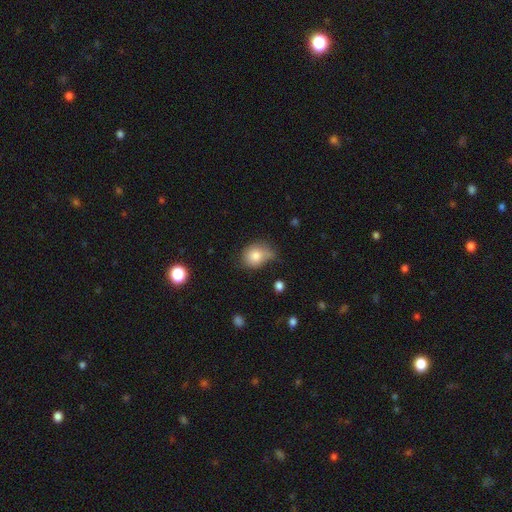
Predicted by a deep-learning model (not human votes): Overall: smooth (80%). How rounded: round (56%; in between 43%). Merging: none (45%; minor disturbance 34%).